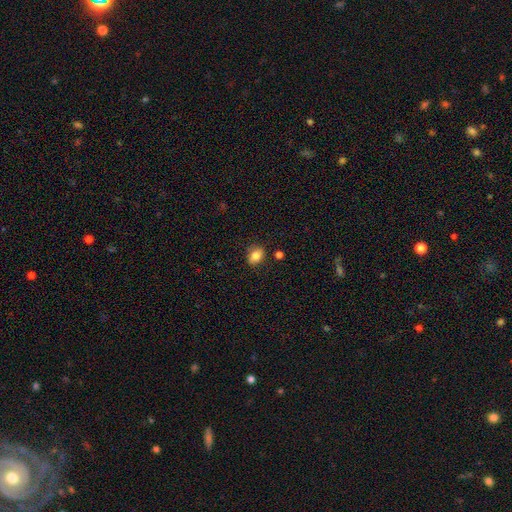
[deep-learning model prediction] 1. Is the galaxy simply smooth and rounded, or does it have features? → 82% smooth, 9% star or artifact, 8% featured or disk.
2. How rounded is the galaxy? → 65% in between, 34% round, 1% cigar-shaped.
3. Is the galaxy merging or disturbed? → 80% none, 14% minor disturbance, 3% merger, 3% major disturbance.